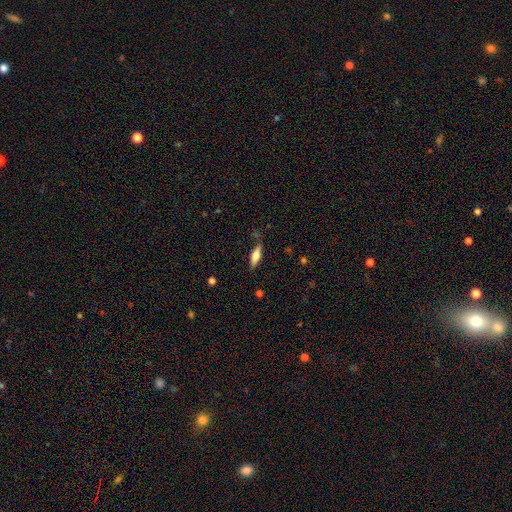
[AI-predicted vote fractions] Smooth or featured?
  - smooth: 57% *
  - featured or disk: 37%
  - star or artifact: 7%
How rounded?
  - cigar-shaped: 50% *
  - in between: 48%
  - round: 2%
Merging?
  - none: 82% *
  - minor disturbance: 13%
  - major disturbance: 3%
  - merger: 2%